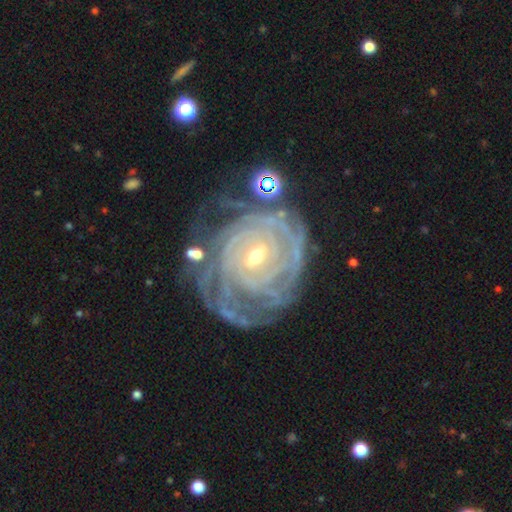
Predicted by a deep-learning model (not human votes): featured or disk 89%, star or artifact 6%, smooth 5%. Down the decision tree: edge-on disk — no (97%); bar — no (44%); spiral arms — yes (97%); spiral arm count — can't tell (33%); spiral winding — tight (85%); bulge size — small (57%); merging — none (63%).